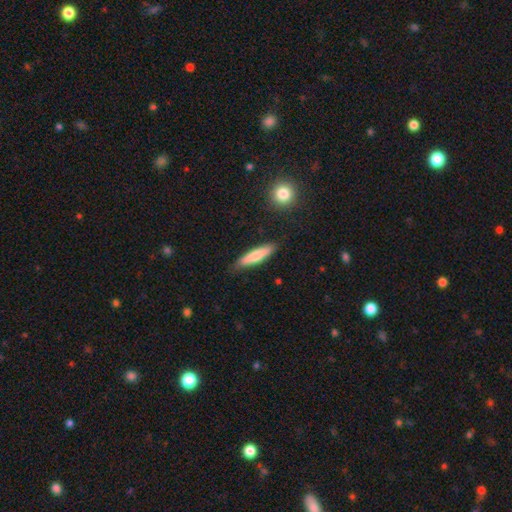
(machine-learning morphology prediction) Smooth or featured?
  - smooth: 73% *
  - featured or disk: 21%
  - star or artifact: 6%
How rounded?
  - cigar-shaped: 82% *
  - in between: 16%
  - round: 1%
Merging?
  - none: 83% *
  - minor disturbance: 13%
  - major disturbance: 2%
  - merger: 2%